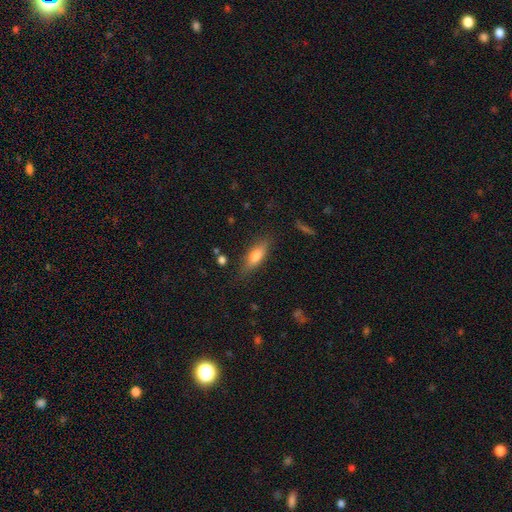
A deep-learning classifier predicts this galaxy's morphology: This appears to be a smooth galaxy with no disk features (68%) that is in between round and cigar-shaped (57%). Merging: none (79%).